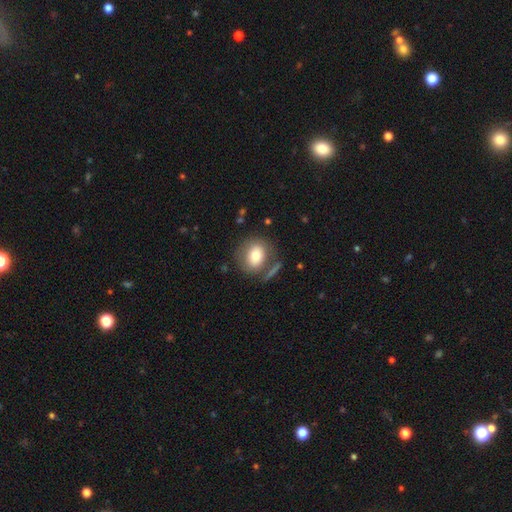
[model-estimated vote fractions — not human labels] A smooth galaxy with no disk features (74%) that is round (66%). Merging: none (70%).